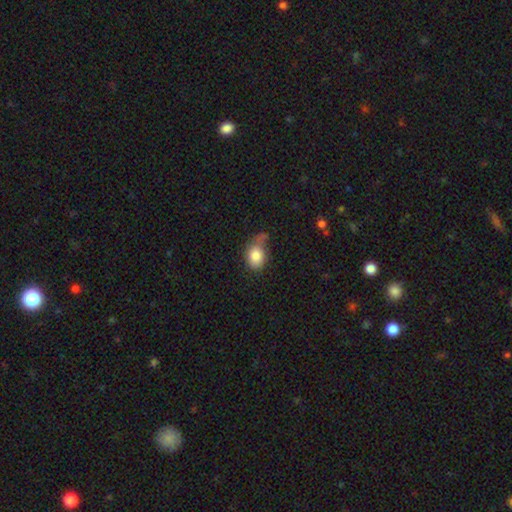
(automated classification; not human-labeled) This is clearly a smooth galaxy (83%). How rounded: likely in between (62%). Merging: marginally none (35%).